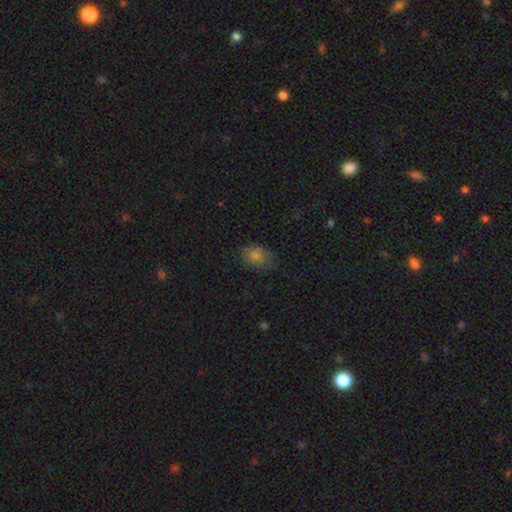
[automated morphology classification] This appears to be a smooth galaxy with no disk features (79%) that is in between round and cigar-shaped (72%). Merging: none (72%).